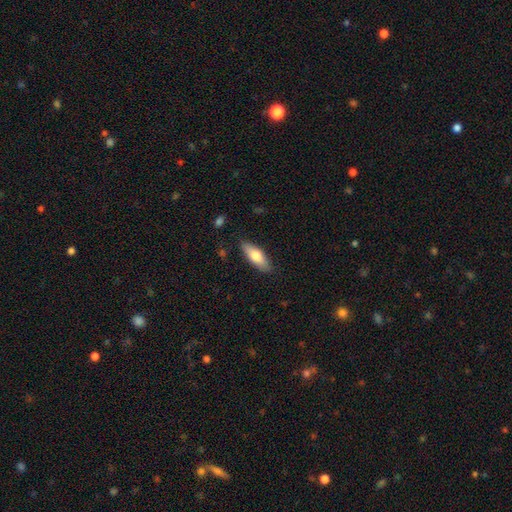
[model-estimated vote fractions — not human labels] This appears to be a smooth galaxy with no disk features (73%) that is in between round and cigar-shaped (65%). Merging: none (86%).